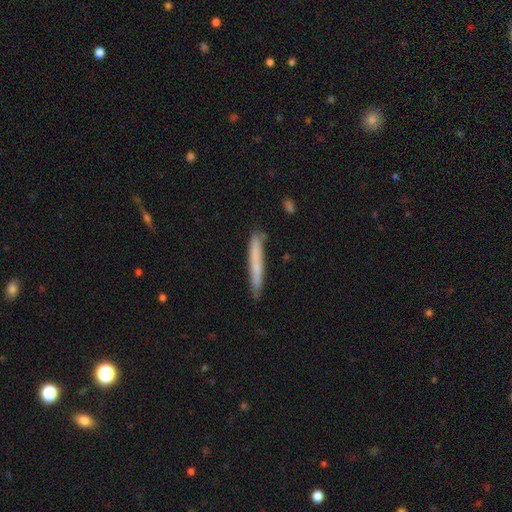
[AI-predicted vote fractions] Morphology: type=smooth (64%); roundness=cigar-shaped (96%); merging=none (84%).